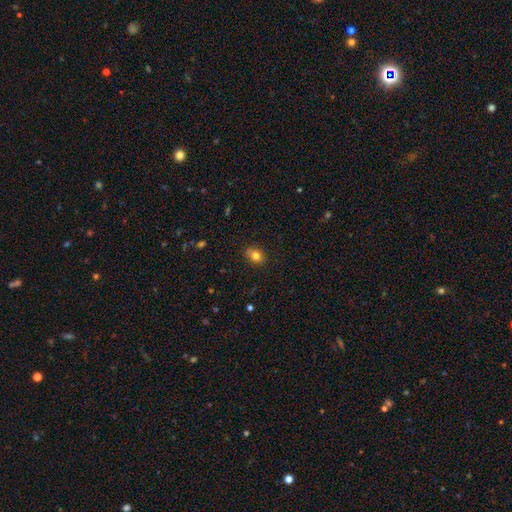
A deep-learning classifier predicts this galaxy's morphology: Smooth or featured: smooth — 78% (star or artifact — 12%)
How rounded: round — 54% (in between — 44%)
Merging: none — 74% (minor disturbance — 17%)